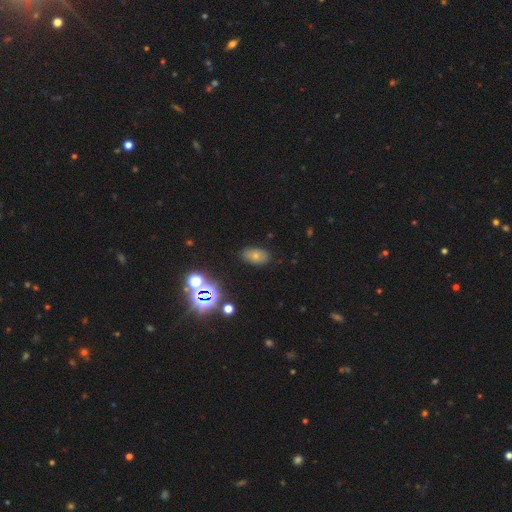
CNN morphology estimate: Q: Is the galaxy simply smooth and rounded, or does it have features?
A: smooth — 65%.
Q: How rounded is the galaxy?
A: in between — 90%.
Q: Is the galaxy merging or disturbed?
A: none — 84%.